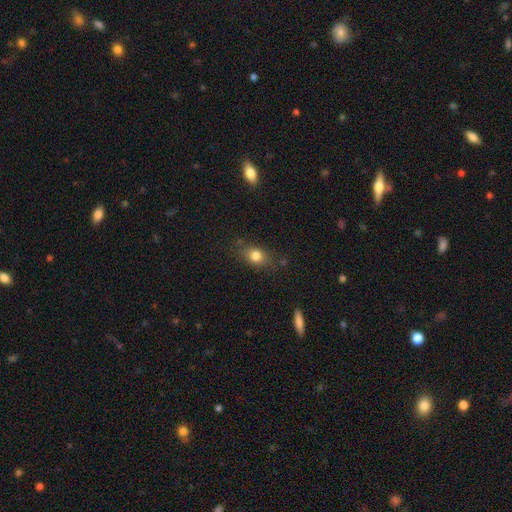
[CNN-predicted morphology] Smooth or featured? smooth (79%)
How rounded? in between (64%)
Merging? none (76%)